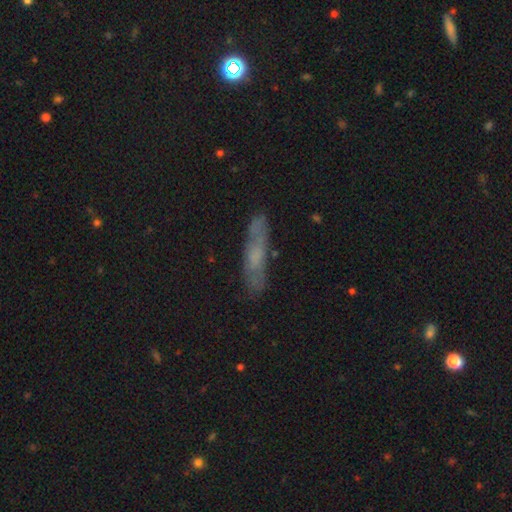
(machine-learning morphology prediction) Smooth or featured? Predicted: smooth (p=0.48). Merging? Predicted: none (p=0.76).